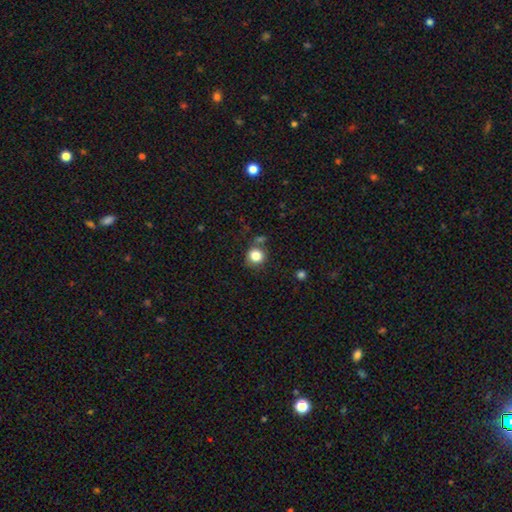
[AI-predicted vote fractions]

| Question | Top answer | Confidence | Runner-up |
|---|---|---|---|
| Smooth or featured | smooth | 83% | star or artifact (11%) |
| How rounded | round | 89% | in between (10%) |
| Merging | none | 75% | minor disturbance (12%) |